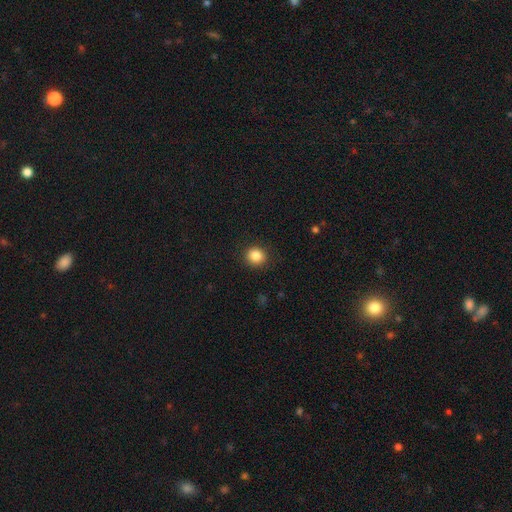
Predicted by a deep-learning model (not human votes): smooth-or-featured: smooth: 86% | star or artifact: 10% | featured or disk: 4%
  how-rounded: round: 85% | in between: 14% | cigar-shaped: 1%
  merging: none: 90% | minor disturbance: 7% | major disturbance: 2% | merger: 1%